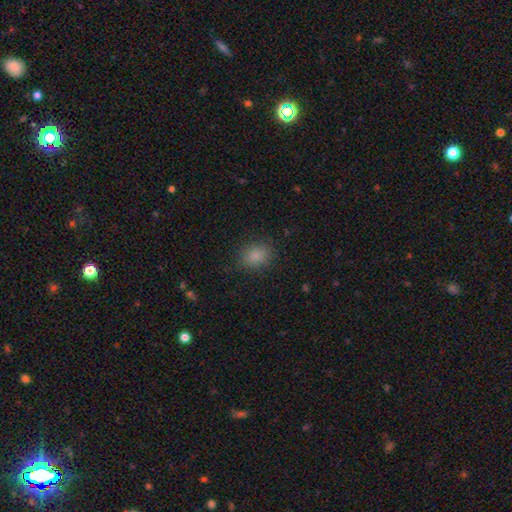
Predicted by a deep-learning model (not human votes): The model was most divided on "how rounded": in between: 54%, round: 45%, cigar-shaped: 1%. More confident: merging — none (85%); smooth or featured — smooth (84%).